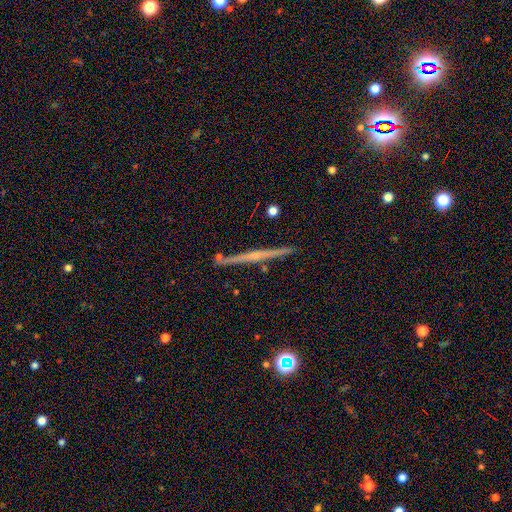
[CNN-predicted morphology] type=featured or disk (70%); edge-on=yes (98%); edge-on bulge=none (52%); merging=none (92%).